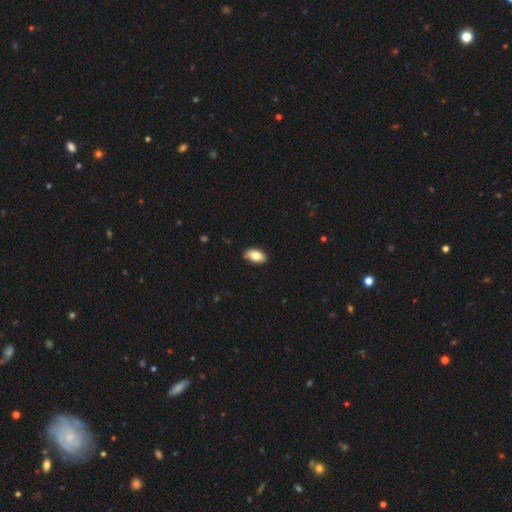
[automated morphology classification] Smooth or featured: smooth — 81% (featured or disk — 12%)
How rounded: in between — 93% (round — 4%)
Merging: none — 88% (minor disturbance — 10%)